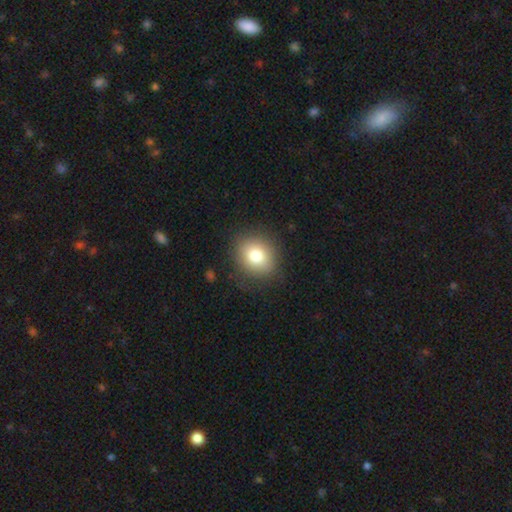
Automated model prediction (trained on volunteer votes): smooth-or-featured: smooth: 79% | featured or disk: 10% | star or artifact: 10%
  how-rounded: round: 70% | in between: 29% | cigar-shaped: 1%
  merging: none: 84% | minor disturbance: 11% | major disturbance: 4% | merger: 1%